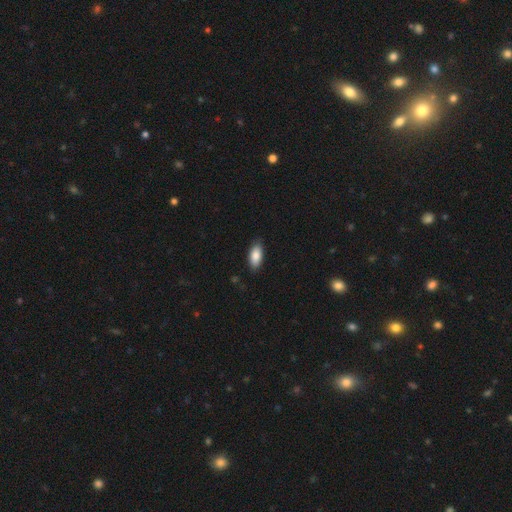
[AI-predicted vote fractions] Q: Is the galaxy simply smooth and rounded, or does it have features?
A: smooth — 85%.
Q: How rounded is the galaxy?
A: in between — 90%.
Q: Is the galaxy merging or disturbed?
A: none — 85%.